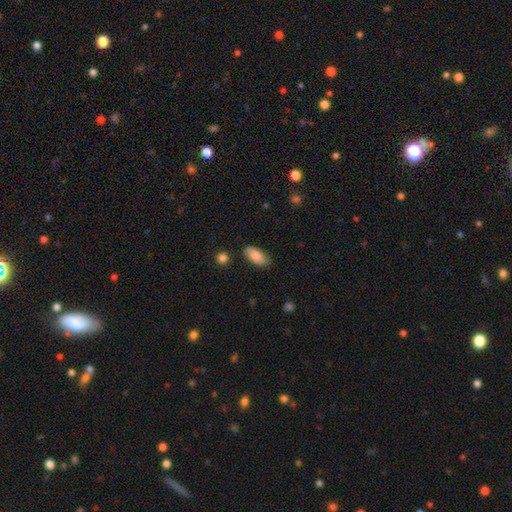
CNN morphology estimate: type=smooth (84%); roundness=in between (89%); merging=none (84%).